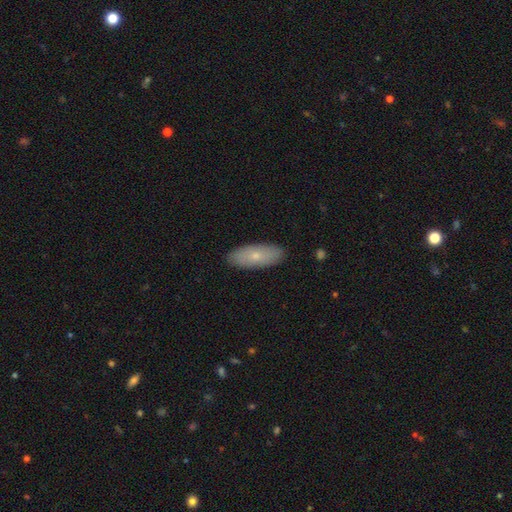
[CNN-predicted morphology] A smooth galaxy with no disk features (69%) that is in between round and cigar-shaped (75%). Merging: none (89%).